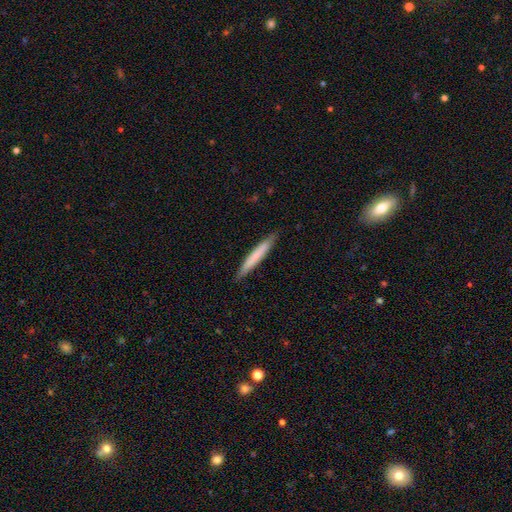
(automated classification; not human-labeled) A smooth galaxy with no disk features (69%) that is cigar-shaped (96%).

Vote fractions:
- Smooth or featured? smooth: 69% / featured or disk: 26% / star or artifact: 5%
- How rounded? cigar-shaped: 96% / in between: 3% / round: 1%
- Merging? none: 90% / minor disturbance: 8% / major disturbance: 1% / merger: 1%